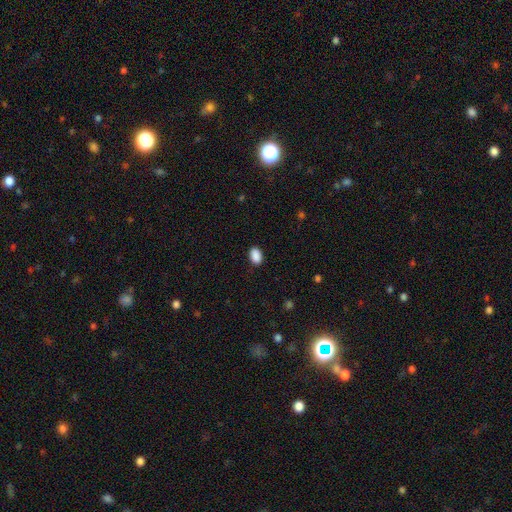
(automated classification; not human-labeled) smooth_or_featured: smooth (p=0.90) [alt: star or artifact p=0.08]
how_rounded: in between (p=0.88) [alt: round p=0.11]
merging: none (p=0.87) [alt: minor disturbance p=0.10]